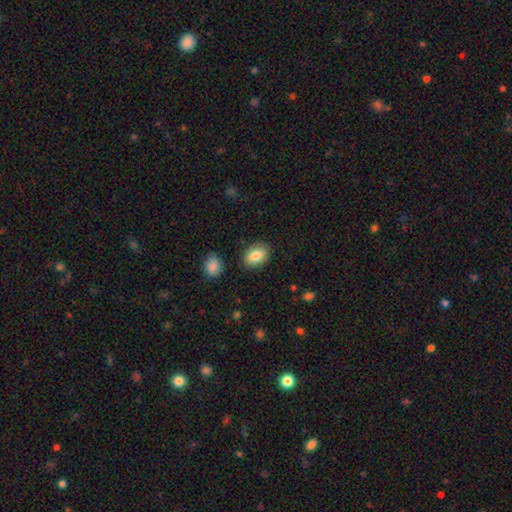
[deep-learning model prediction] Smooth or featured? smooth (83%)
How rounded? in between (81%)
Merging? none (86%)